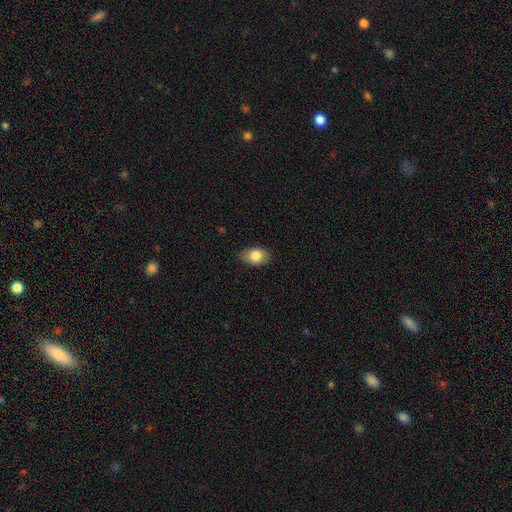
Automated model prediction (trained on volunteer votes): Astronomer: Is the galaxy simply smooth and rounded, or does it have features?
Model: smooth — 82%.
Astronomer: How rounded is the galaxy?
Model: in between — 84%.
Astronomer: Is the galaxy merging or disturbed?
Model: none — 81%.